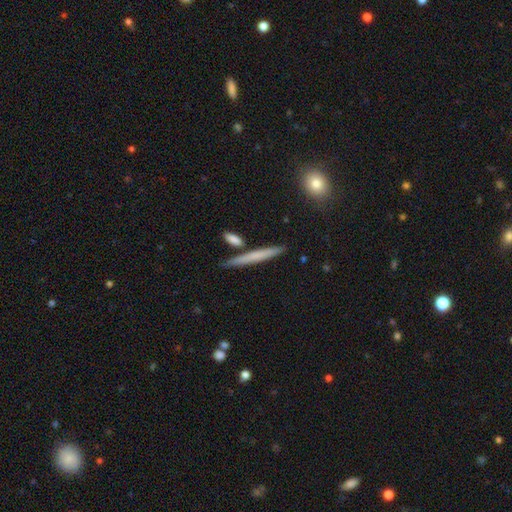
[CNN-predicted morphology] A smooth galaxy with no disk features (57%) that is cigar-shaped (94%). Merging: none (82%).